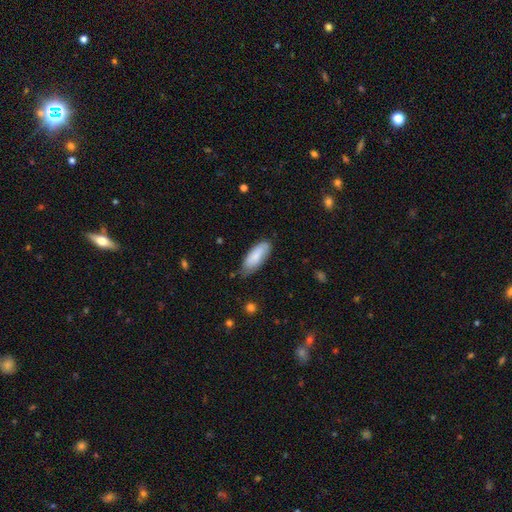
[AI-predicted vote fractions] Smooth or featured? smooth (78%)
How rounded? in between (75%)
Merging? none (65%)